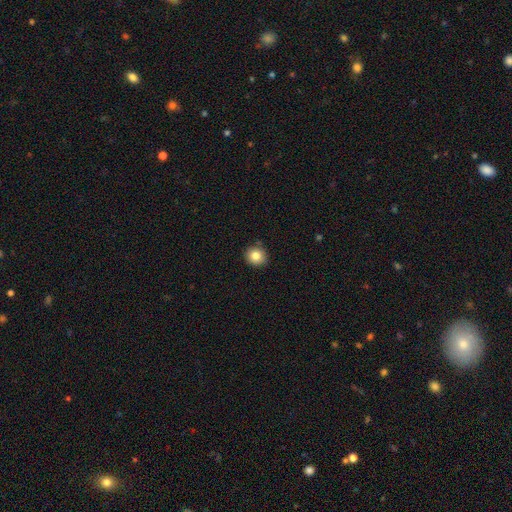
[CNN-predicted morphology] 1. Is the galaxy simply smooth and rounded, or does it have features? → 83% smooth, 10% star or artifact, 7% featured or disk.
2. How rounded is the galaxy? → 87% round, 12% in between, 1% cigar-shaped.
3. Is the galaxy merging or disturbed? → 88% none, 9% minor disturbance, 2% major disturbance, 2% merger.